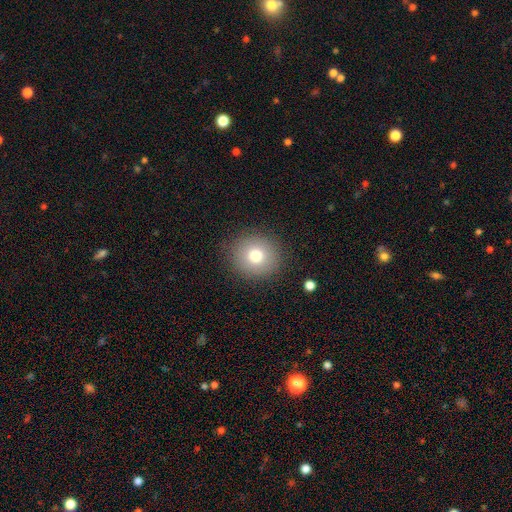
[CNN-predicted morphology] type=smooth (76%); roundness=round (90%); merging=none (88%).